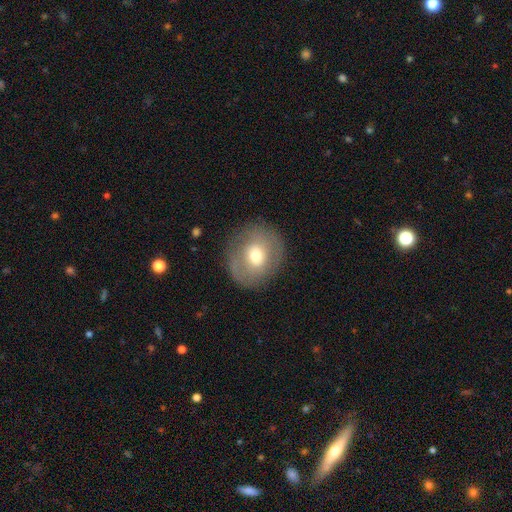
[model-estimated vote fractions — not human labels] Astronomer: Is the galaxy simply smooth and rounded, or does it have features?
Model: smooth — 60%.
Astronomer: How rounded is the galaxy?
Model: round — 74%.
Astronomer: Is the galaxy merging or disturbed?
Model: none — 84%.